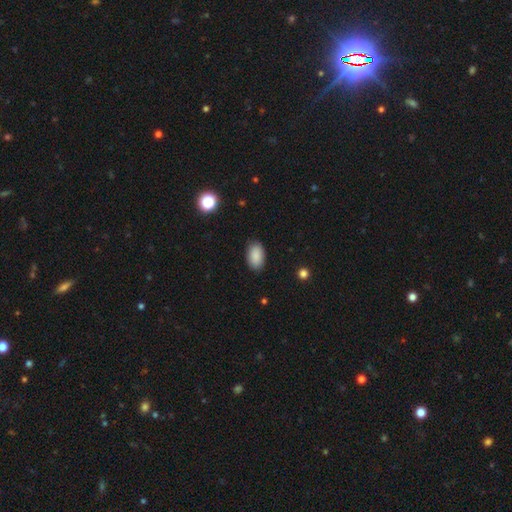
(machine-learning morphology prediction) Q: Smooth or featured?
A: smooth (88%); runner-up: star or artifact (7%)
Q: How rounded?
A: in between (93%); runner-up: round (5%)
Q: Merging?
A: none (85%); runner-up: minor disturbance (11%)